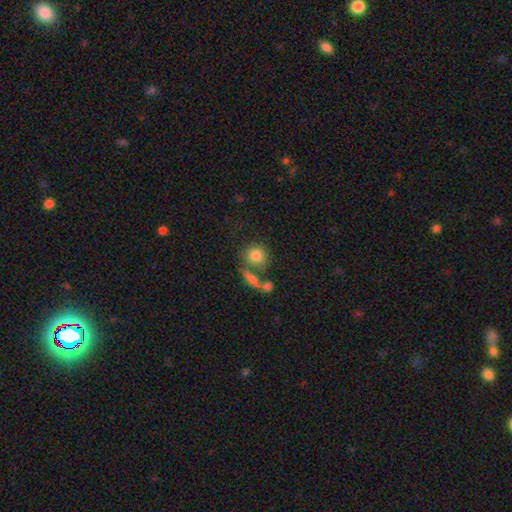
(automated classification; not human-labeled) Smooth or featured: smooth — 78% (featured or disk — 13%)
How rounded: round — 81% (in between — 17%)
Merging: none — 49% (merger — 30%)